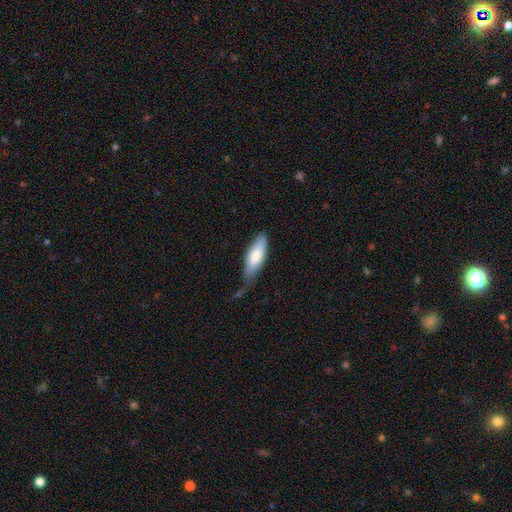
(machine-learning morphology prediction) Smooth or featured?
  - smooth: 76% *
  - featured or disk: 19%
  - star or artifact: 6%
How rounded?
  - in between: 65% *
  - cigar-shaped: 33%
  - round: 2%
Merging?
  - none: 46% *
  - minor disturbance: 36%
  - major disturbance: 14%
  - merger: 4%